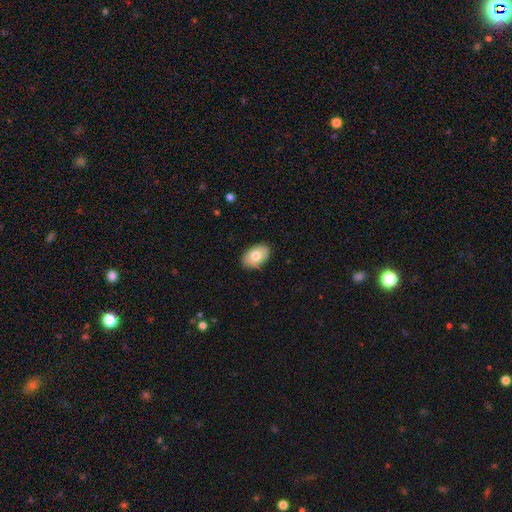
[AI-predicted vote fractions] smooth 74%, featured or disk 19%, star or artifact 6%. Down the decision tree: how rounded — in between (89%); merging — none (86%).